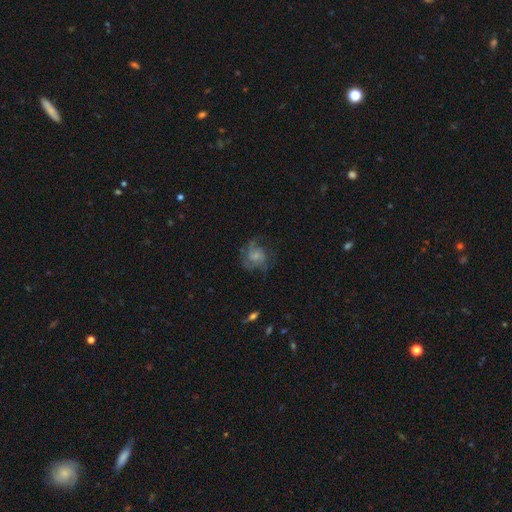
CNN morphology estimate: featured or disk 63%, smooth 27%, star or artifact 10%. Down the decision tree: edge-on disk — no (98%); bar — no (69%); spiral arms — yes (86%); spiral arm count — 2 (28%); spiral winding — medium (46%); bulge size — small (51%); merging — none (55%).